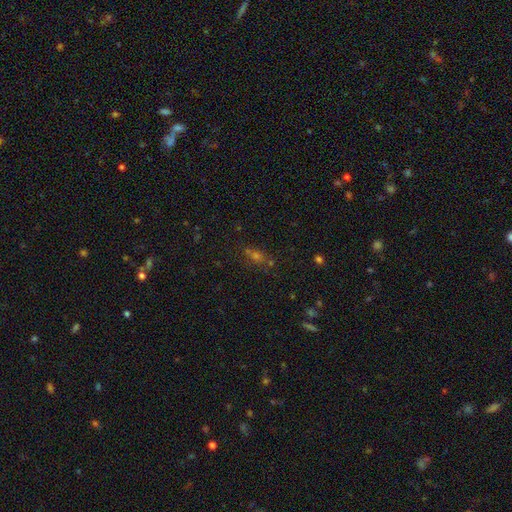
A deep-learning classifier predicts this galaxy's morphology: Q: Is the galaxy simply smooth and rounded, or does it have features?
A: star or artifact — 43%.